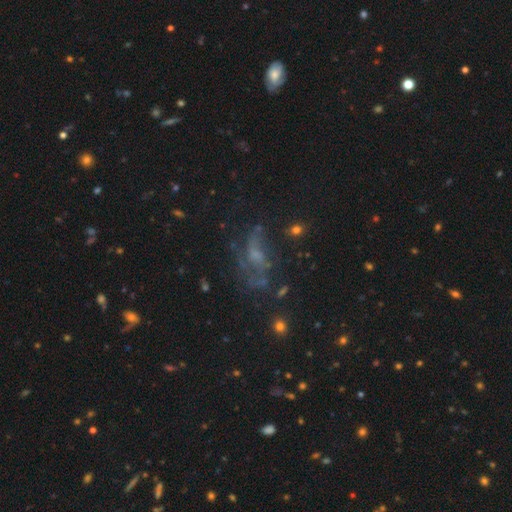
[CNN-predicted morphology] Smooth or featured? Predicted: featured or disk (p=0.55). Edge-on disk? Predicted: no (p=0.93). Bar? Predicted: no (p=0.67). Spiral arms? Predicted: yes (p=0.57). Bulge size? Predicted: small (p=0.39). Merging? Predicted: none (p=0.45).